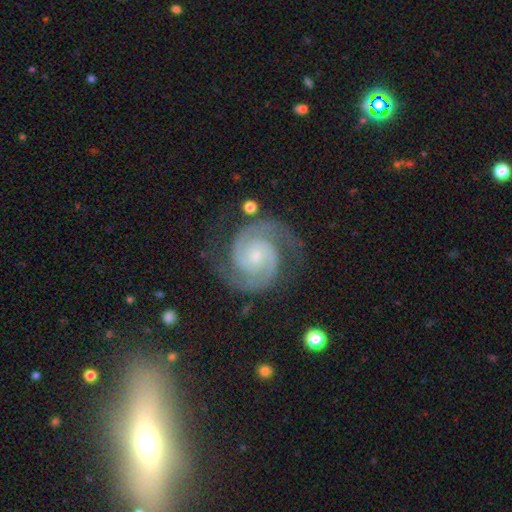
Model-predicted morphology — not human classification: This appears to be a featured or disk galaxy (93%) with no bar (67%), 2 (93%) tight (57%) spiral arms (99%) and a small central bulge (65%). Merging: none (80%).